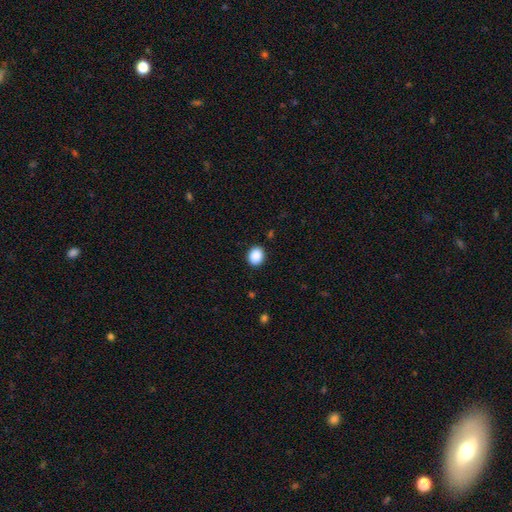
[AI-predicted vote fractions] Q: Smooth or featured?
A: smooth (89%); runner-up: star or artifact (8%)
Q: How rounded?
A: round (54%); runner-up: in between (46%)
Q: Merging?
A: none (90%); runner-up: minor disturbance (7%)